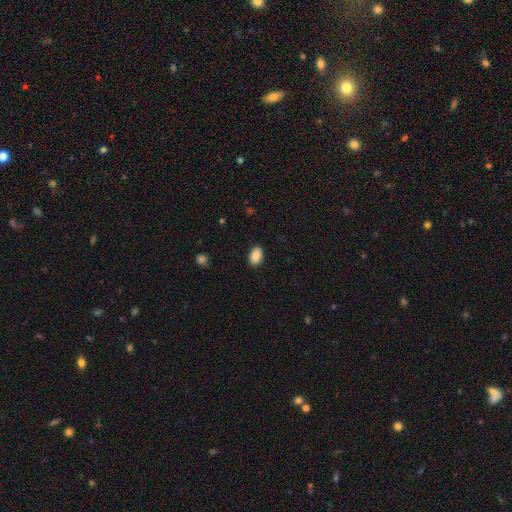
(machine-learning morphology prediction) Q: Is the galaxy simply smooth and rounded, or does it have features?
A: smooth — 88%.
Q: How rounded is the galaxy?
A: in between — 90%.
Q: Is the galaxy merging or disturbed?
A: none — 88%.